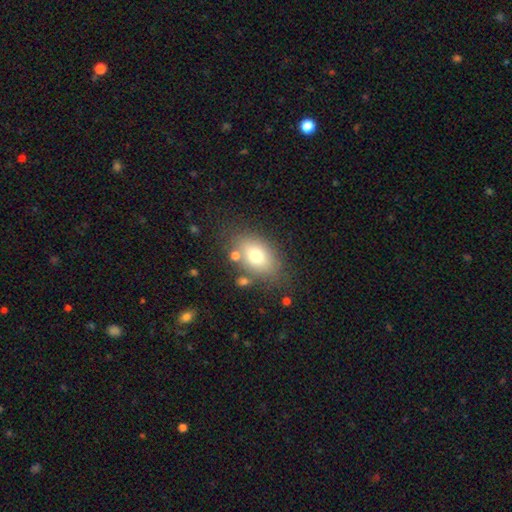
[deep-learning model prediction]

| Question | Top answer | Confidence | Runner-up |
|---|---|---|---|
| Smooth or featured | smooth | 72% | featured or disk (18%) |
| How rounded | in between | 83% | round (14%) |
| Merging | none | 72% | minor disturbance (15%) |